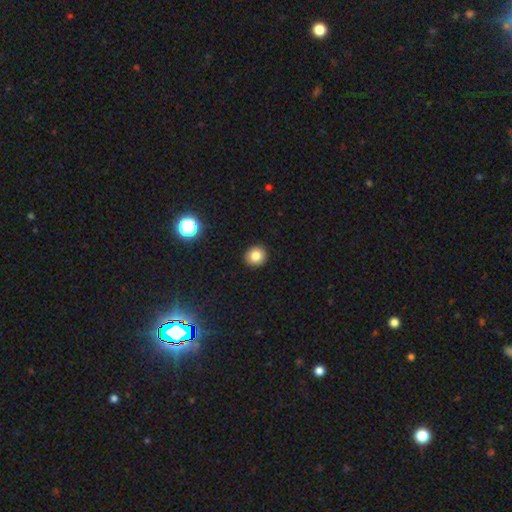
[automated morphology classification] This is clearly a smooth galaxy (82%). How rounded: clearly round (88%). Merging: clearly none (92%).